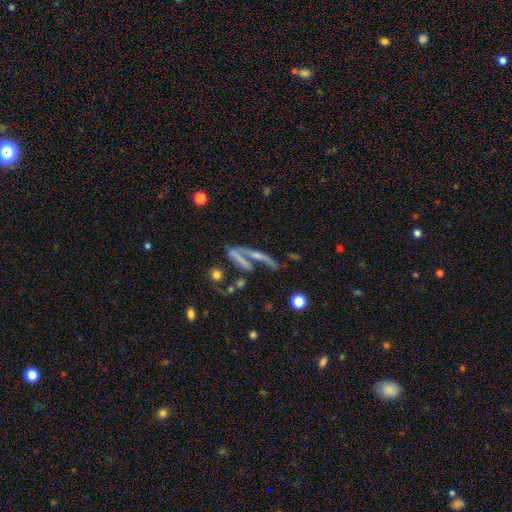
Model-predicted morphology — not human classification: Smooth or featured? featured or disk (56%)
Edge-on disk? yes (59%)
Merging? none (35%)